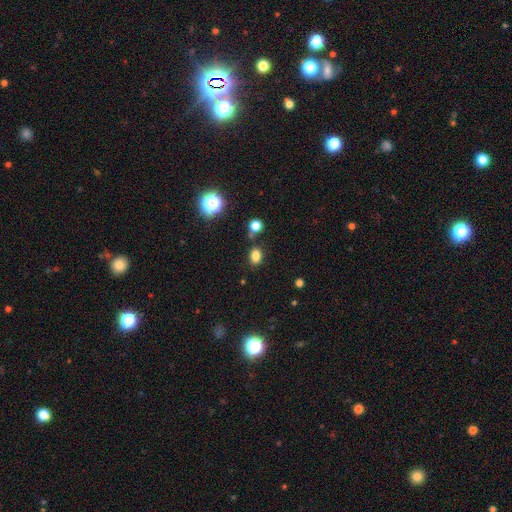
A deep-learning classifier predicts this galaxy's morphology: type=smooth (79%); roundness=in between (74%); merging=none (76%).